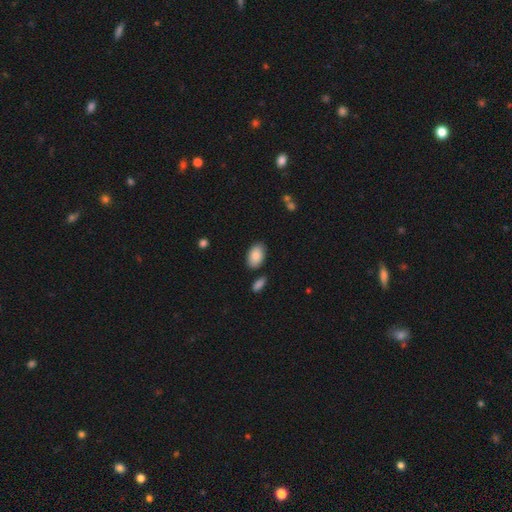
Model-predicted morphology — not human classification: smooth-or-featured: smooth: 88% | star or artifact: 6% | featured or disk: 6%
  how-rounded: in between: 92% | round: 6% | cigar-shaped: 1%
  merging: none: 81% | minor disturbance: 12% | merger: 5% | major disturbance: 3%